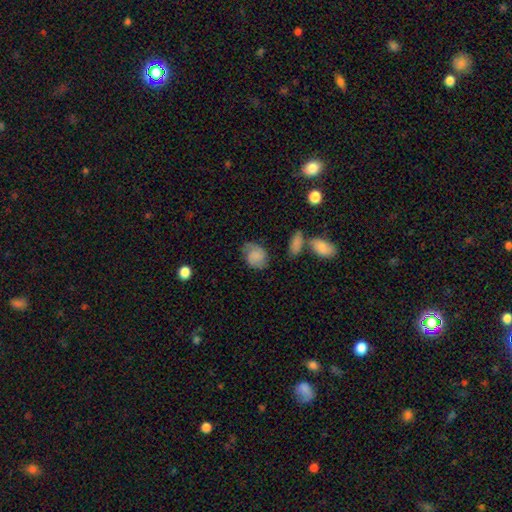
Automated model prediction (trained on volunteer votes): A smooth galaxy with no disk features (60%) that is in between round and cigar-shaped (59%). Merging: none (61%).